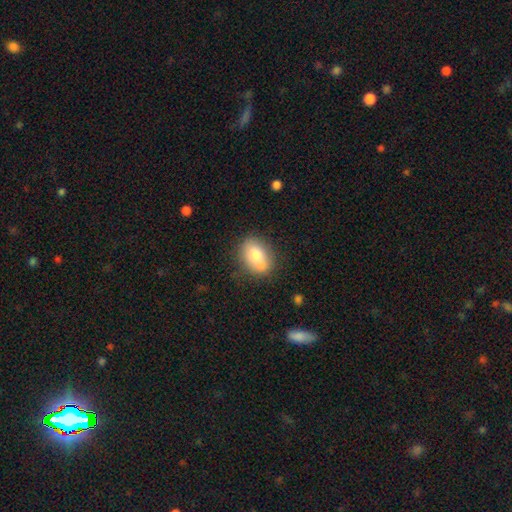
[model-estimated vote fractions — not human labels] Smooth or featured? Predicted: smooth (p=0.76). How rounded? Predicted: in between (p=0.75). Merging? Predicted: none (p=0.67).